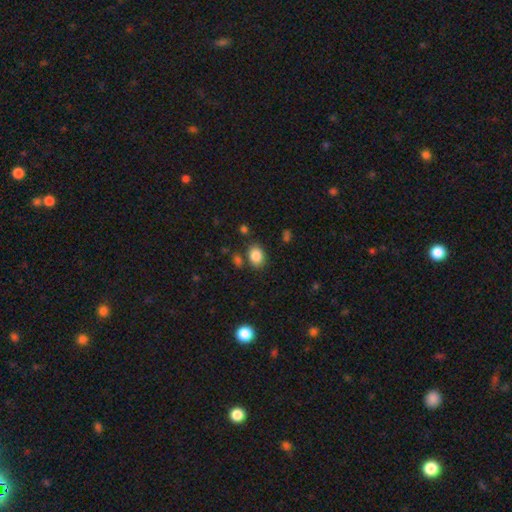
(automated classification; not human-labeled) Overall: smooth (85%). How rounded: in between (61%; round 38%). Merging: none (77%).